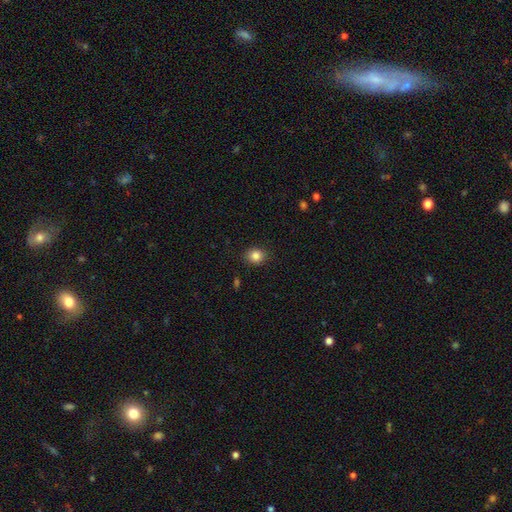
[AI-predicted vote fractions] Smooth or featured? Predicted: smooth (p=0.84). How rounded? Predicted: round (p=0.72). Merging? Predicted: none (p=0.89).